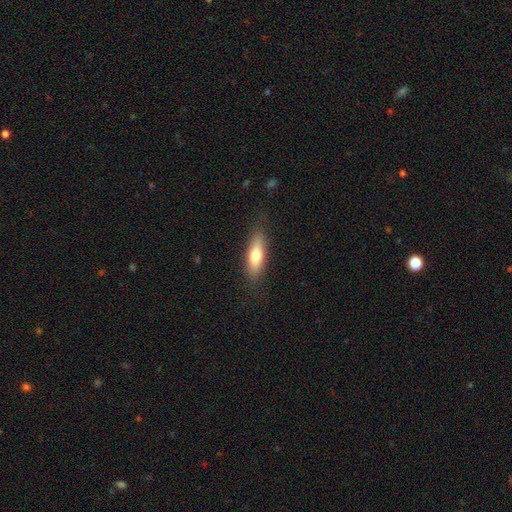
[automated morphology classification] smooth_or_featured: smooth (p=0.70) [alt: featured or disk p=0.24]
how_rounded: in between (p=0.51) [alt: cigar-shaped p=0.46]
merging: none (p=0.83) [alt: minor disturbance p=0.13]